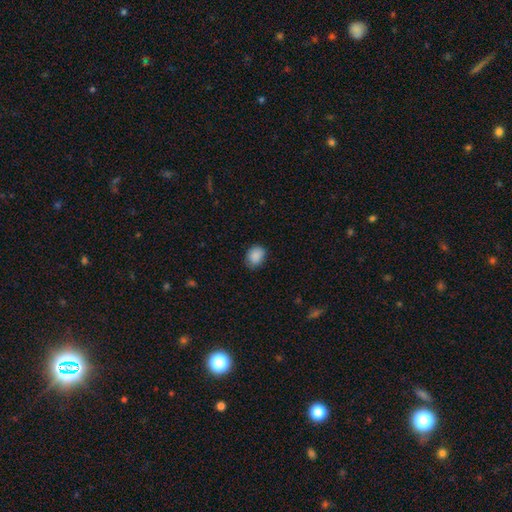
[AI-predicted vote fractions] A smooth galaxy with no disk features (88%) that is in between round and cigar-shaped (51%). Merging: none (79%).